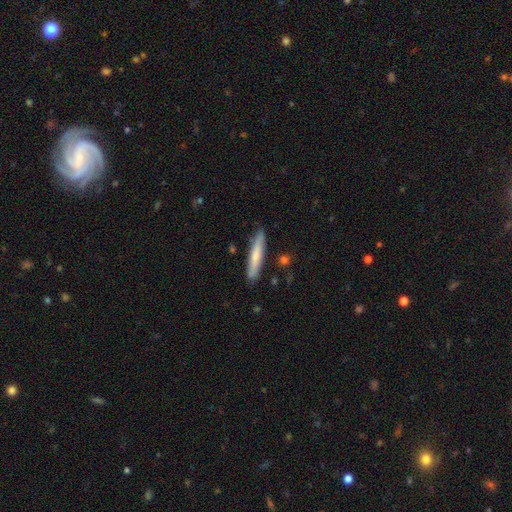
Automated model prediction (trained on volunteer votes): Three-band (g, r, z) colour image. It shows a smooth galaxy with no disk features (68%) that is cigar-shaped (92%). Merging: none (86%).